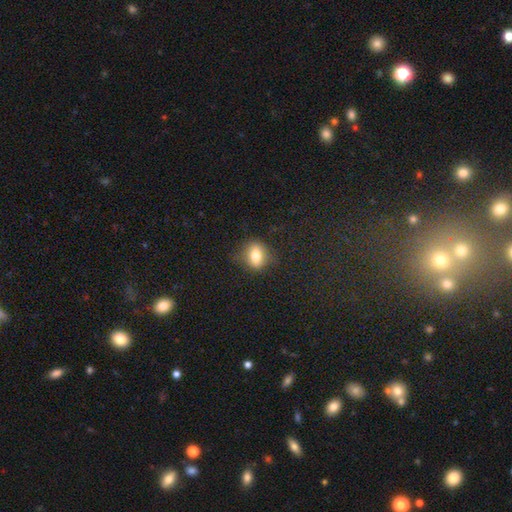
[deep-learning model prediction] Smooth or featured? Predicted: smooth (p=0.75). How rounded? Predicted: in between (p=0.57). Merging? Predicted: none (p=0.80).